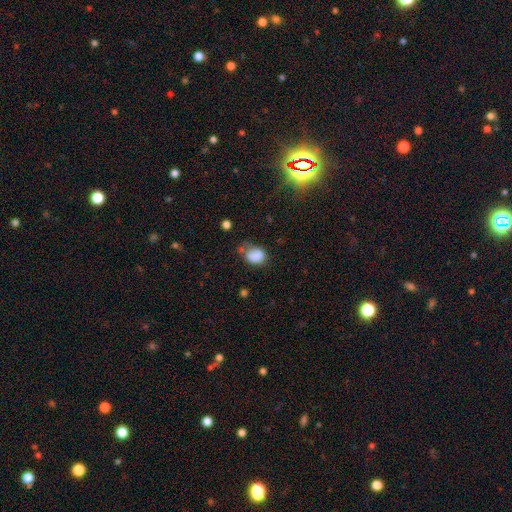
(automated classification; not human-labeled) Smooth or featured: smooth — 83% (star or artifact — 10%)
How rounded: in between — 56% (round — 43%)
Merging: none — 47% (minor disturbance — 32%)